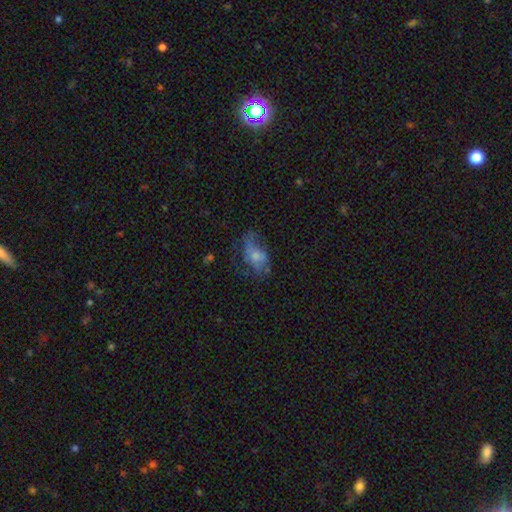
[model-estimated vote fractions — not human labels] A smooth galaxy with no disk features (51%) that is in between round and cigar-shaped (86%). Merging: major disturbance (36%).